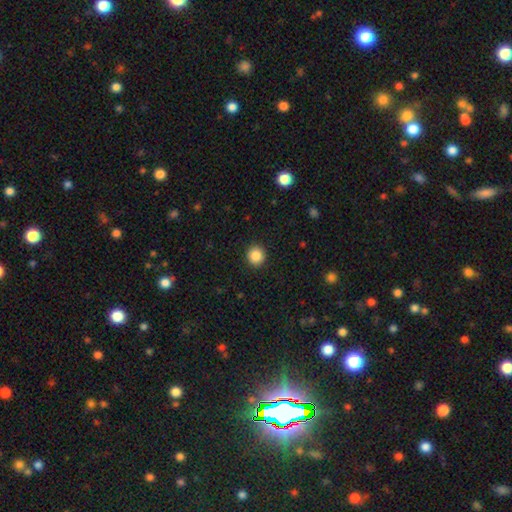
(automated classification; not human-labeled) Q: Smooth or featured?
A: smooth (87%); runner-up: star or artifact (10%)
Q: How rounded?
A: round (91%); runner-up: in between (8%)
Q: Merging?
A: none (92%); runner-up: minor disturbance (5%)